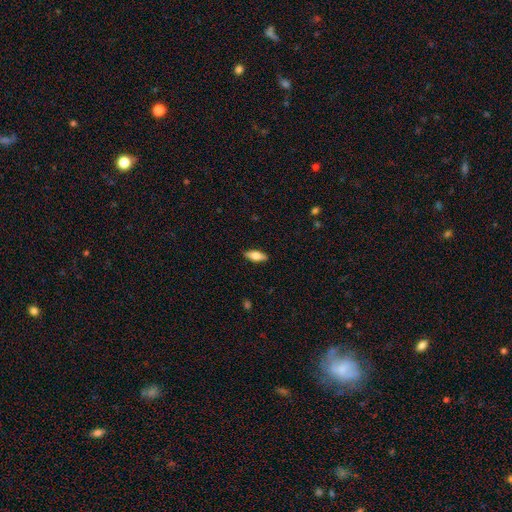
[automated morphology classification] Smooth or featured: smooth — 73% (featured or disk — 21%)
How rounded: in between — 75% (cigar-shaped — 22%)
Merging: none — 88% (minor disturbance — 9%)